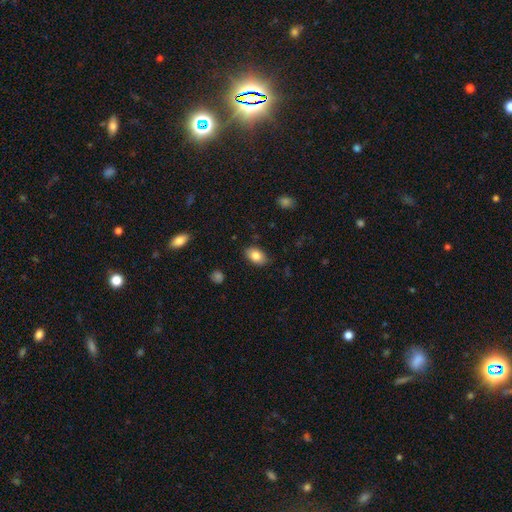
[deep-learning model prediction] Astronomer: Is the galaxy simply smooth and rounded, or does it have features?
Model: smooth — 84%.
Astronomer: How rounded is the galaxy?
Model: in between — 89%.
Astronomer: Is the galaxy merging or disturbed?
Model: none — 85%.